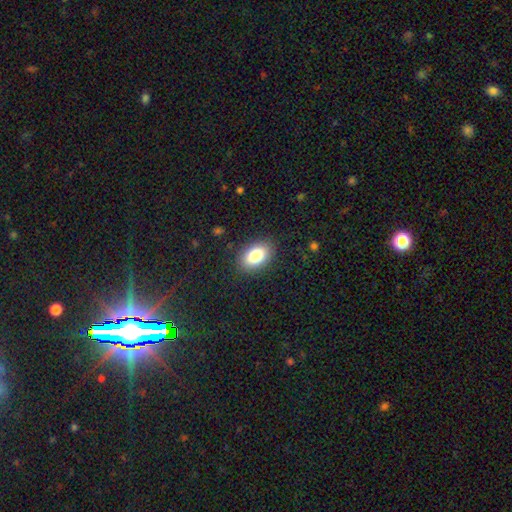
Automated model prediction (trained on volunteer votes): A smooth galaxy with no disk features (83%) that is in between round and cigar-shaped (90%). Merging: none (87%).